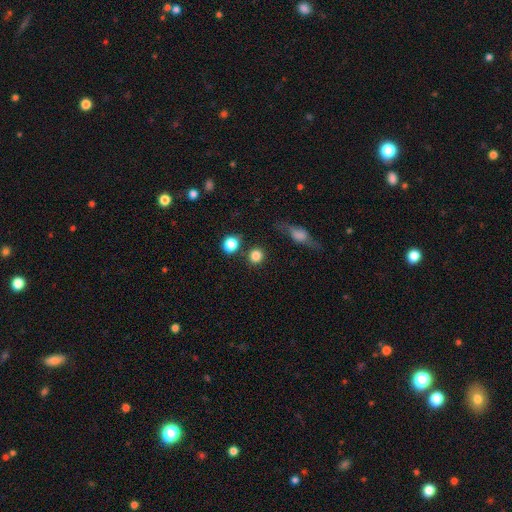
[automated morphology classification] The model was most divided on "merging": none: 80%, merger: 9%, minor disturbance: 8%, major disturbance: 4%. More confident: how rounded — round (88%); smooth or featured — smooth (83%).